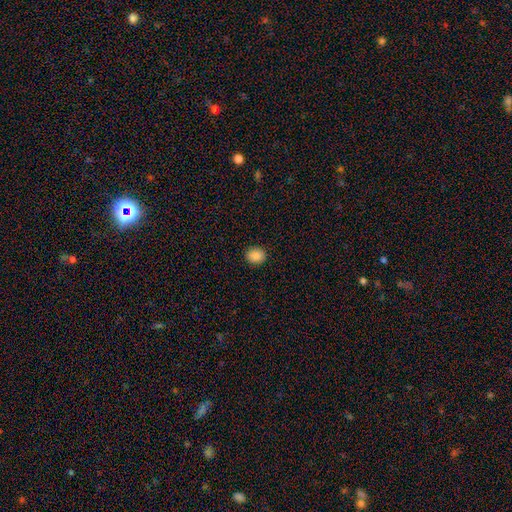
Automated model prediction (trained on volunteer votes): Overall: smooth (87%). How rounded: round (67%; in between 32%). Merging: none (91%).